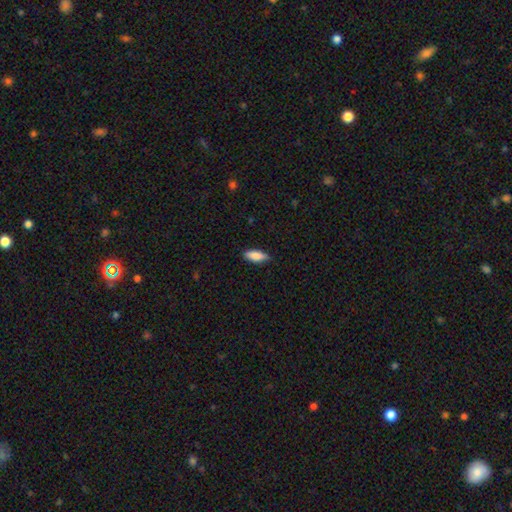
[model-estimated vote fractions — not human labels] smooth_or_featured: smooth (p=0.85) [alt: featured or disk p=0.09]
how_rounded: in between (p=0.72) [alt: cigar-shaped p=0.26]
merging: none (p=0.84) [alt: minor disturbance p=0.13]